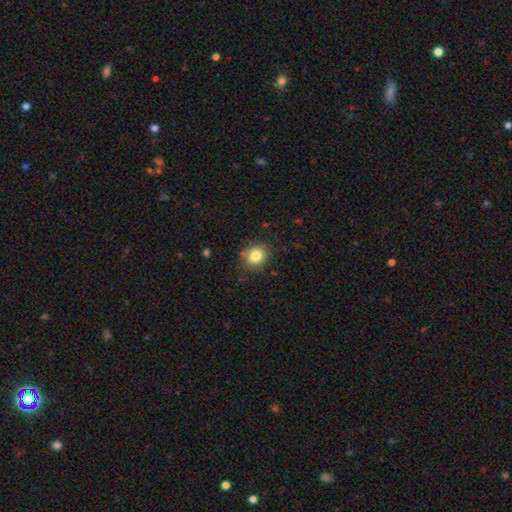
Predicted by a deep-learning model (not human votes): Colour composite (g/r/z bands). It shows a smooth galaxy with no disk features (82%) that is round (82%). Merging: none (82%).